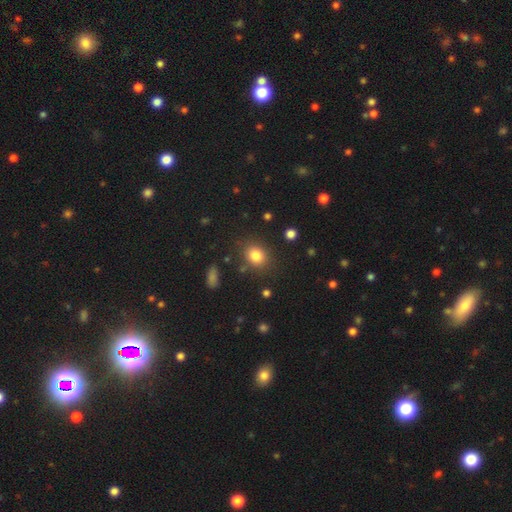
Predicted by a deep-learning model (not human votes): Smooth or featured? smooth (82%)
How rounded? round (55%)
Merging? none (82%)